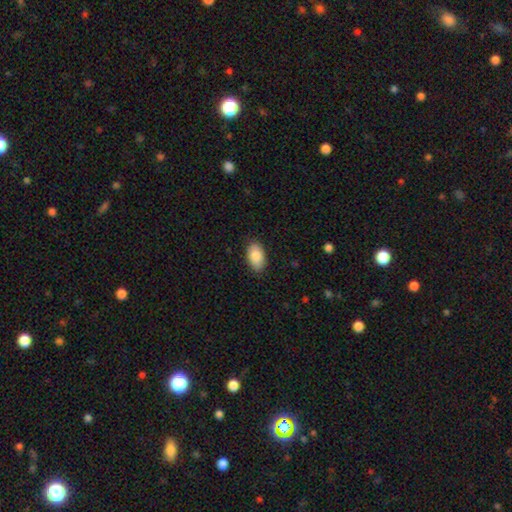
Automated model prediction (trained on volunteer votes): Smooth or featured?
  - smooth: 87% *
  - featured or disk: 7%
  - star or artifact: 6%
How rounded?
  - in between: 94% *
  - round: 5%
  - cigar-shaped: 1%
Merging?
  - none: 86% *
  - minor disturbance: 11%
  - major disturbance: 2%
  - merger: 1%